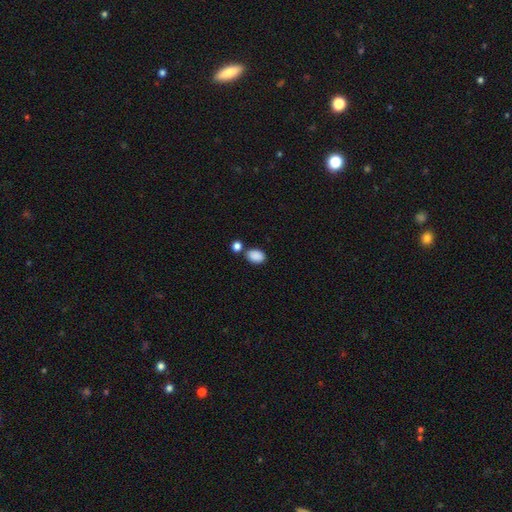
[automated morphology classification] smooth_or_featured: smooth (p=0.88) [alt: star or artifact p=0.08]
how_rounded: in between (p=0.79) [alt: round p=0.19]
merging: none (p=0.71) [alt: merger p=0.15]